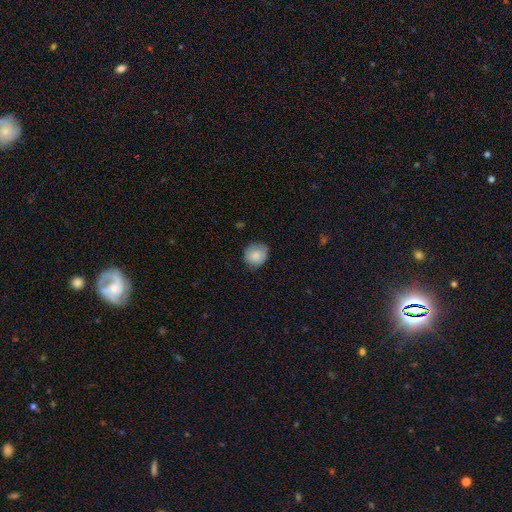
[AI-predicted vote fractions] Morphology: type=smooth (82%); roundness=round (77%); merging=none (75%).